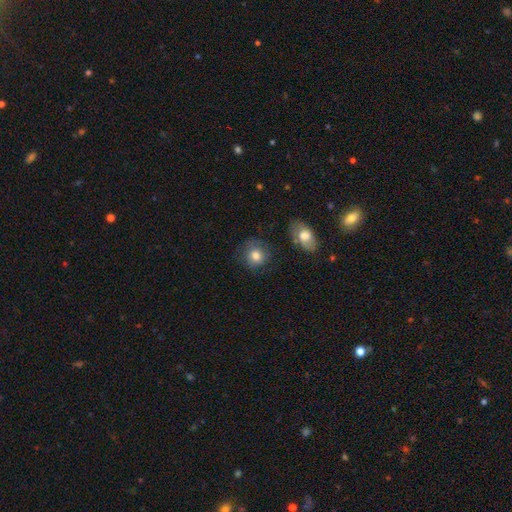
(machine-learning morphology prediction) smooth-or-featured: smooth: 80% | featured or disk: 11% | star or artifact: 9%
  how-rounded: round: 79% | in between: 20% | cigar-shaped: 1%
  merging: none: 74% | minor disturbance: 17% | major disturbance: 5% | merger: 4%